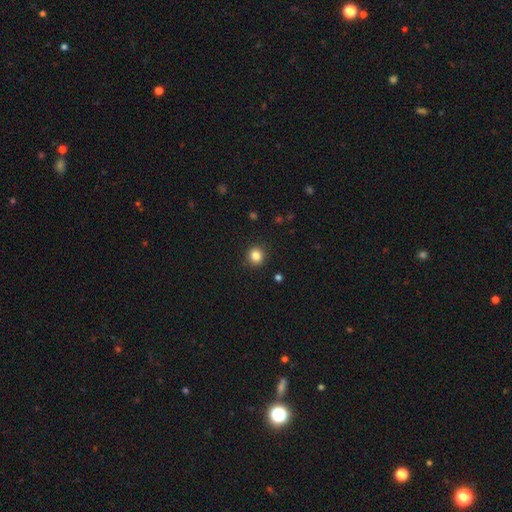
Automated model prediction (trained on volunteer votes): Smooth or featured: smooth — 84% (star or artifact — 11%)
How rounded: round — 88% (in between — 11%)
Merging: none — 91% (minor disturbance — 6%)